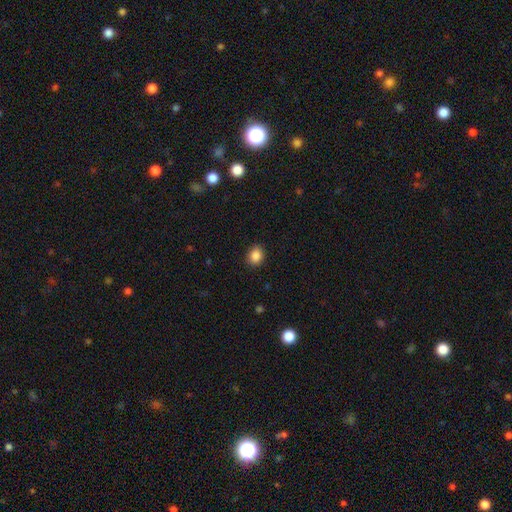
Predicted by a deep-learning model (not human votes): smooth 87%, star or artifact 10%, featured or disk 3%. Down the decision tree: how rounded — round (57%); merging — none (89%).